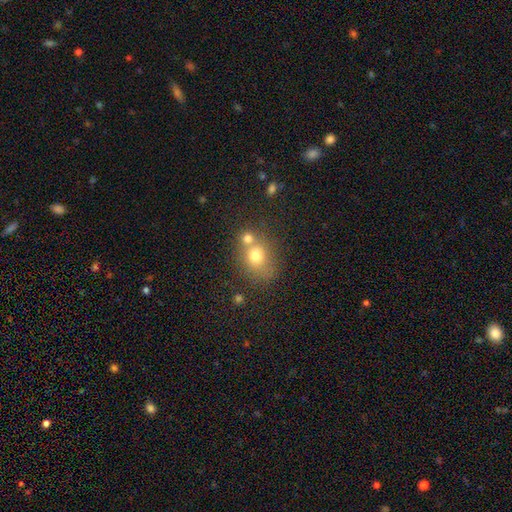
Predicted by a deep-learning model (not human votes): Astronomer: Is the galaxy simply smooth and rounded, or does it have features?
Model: smooth — 72%.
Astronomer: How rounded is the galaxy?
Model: round — 64%.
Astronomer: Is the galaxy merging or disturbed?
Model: none — 46% (runner-up: merger, 38%).